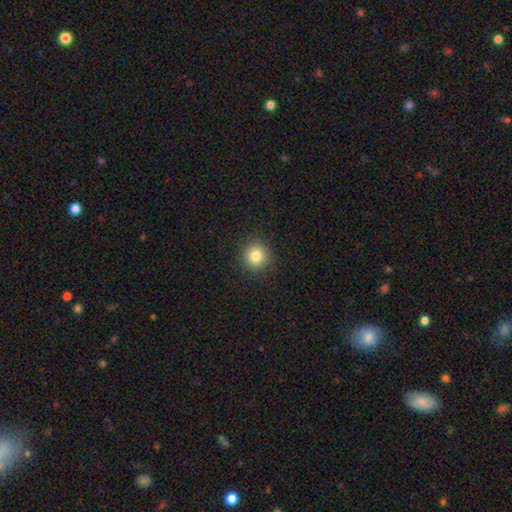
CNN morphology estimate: Overall: smooth (82%). How rounded: round (93%). Merging: none (91%).